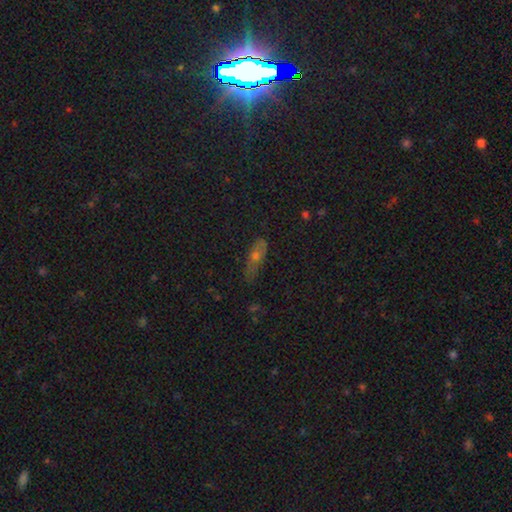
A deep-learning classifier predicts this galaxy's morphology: Overall: smooth (53%; featured or disk 32%). How rounded: in between (53%; cigar-shaped 42%). Merging: none (63%; minor disturbance 27%).